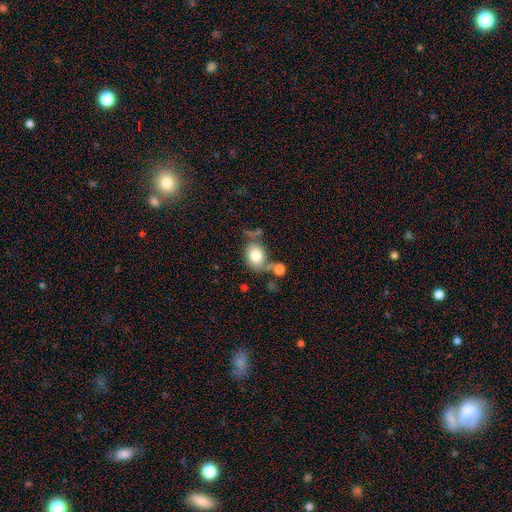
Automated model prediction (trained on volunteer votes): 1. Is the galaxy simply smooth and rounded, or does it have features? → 79% smooth, 13% featured or disk, 9% star or artifact.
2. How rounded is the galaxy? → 60% in between, 38% round, 1% cigar-shaped.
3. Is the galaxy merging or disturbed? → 57% none, 18% minor disturbance, 17% merger, 8% major disturbance.